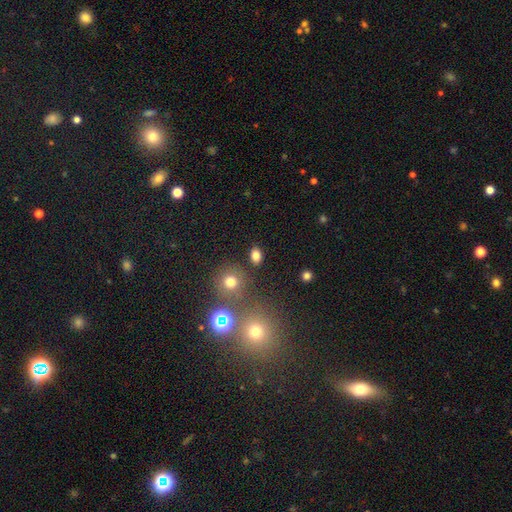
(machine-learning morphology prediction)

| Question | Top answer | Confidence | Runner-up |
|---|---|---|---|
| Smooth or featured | smooth | 78% | star or artifact (16%) |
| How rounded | in between | 72% | round (26%) |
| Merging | none | 83% | minor disturbance (9%) |